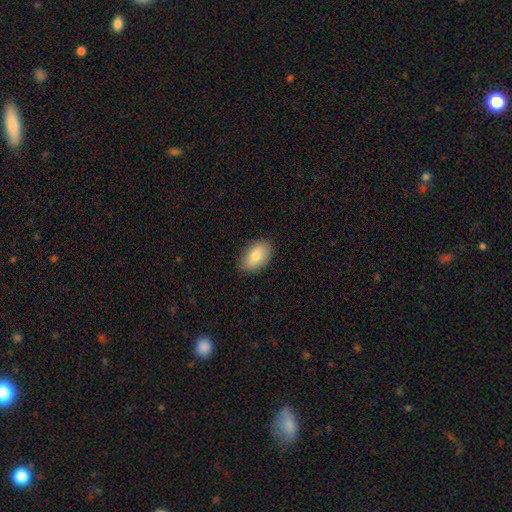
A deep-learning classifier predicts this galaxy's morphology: Overall: smooth (81%). How rounded: in between (91%). Merging: none (85%).